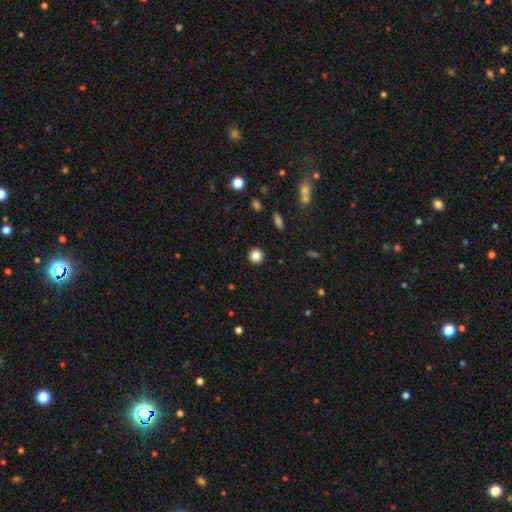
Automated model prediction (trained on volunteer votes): smooth_or_featured: smooth (p=0.85) [alt: star or artifact p=0.11]
how_rounded: round (p=0.94) [alt: in between p=0.05]
merging: none (p=0.92) [alt: minor disturbance p=0.05]